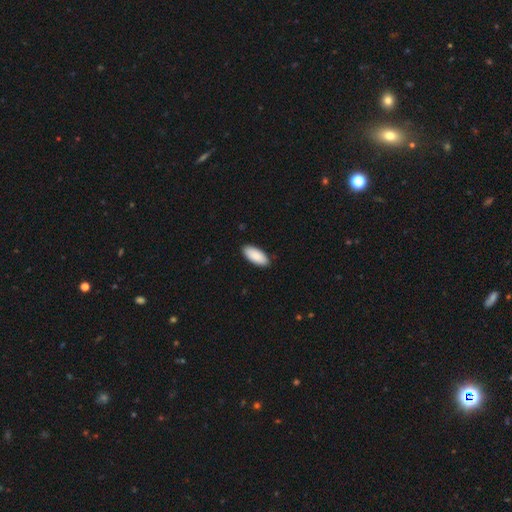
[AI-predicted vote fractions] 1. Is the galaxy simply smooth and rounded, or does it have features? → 90% smooth, 5% star or artifact, 4% featured or disk.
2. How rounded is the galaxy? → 88% in between, 10% cigar-shaped, 2% round.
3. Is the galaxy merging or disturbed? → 89% none, 8% minor disturbance, 2% major disturbance, 1% merger.